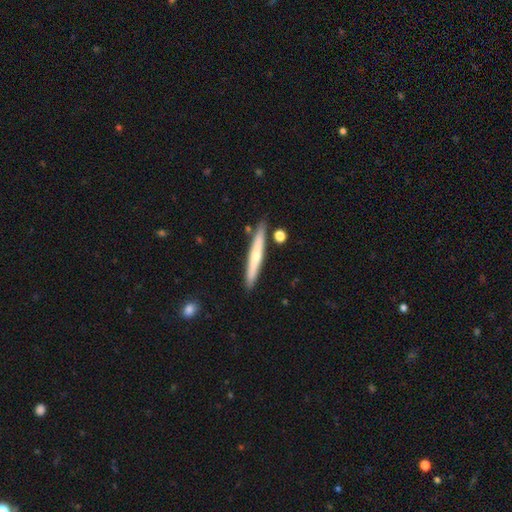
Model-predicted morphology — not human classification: This appears to be a smooth galaxy with no disk features (48%). Merging: none (87%).